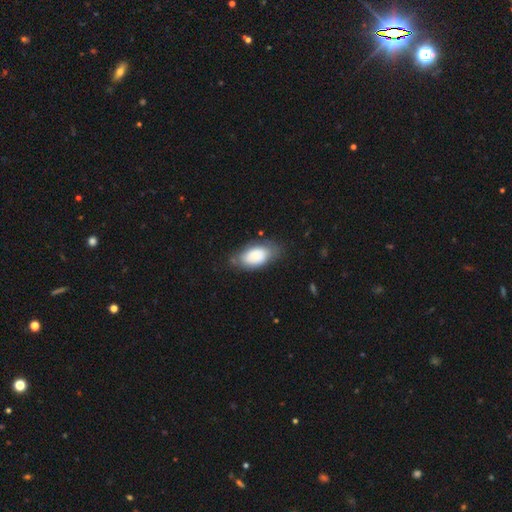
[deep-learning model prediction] Smooth or featured? smooth (73%)
How rounded? in between (93%)
Merging? none (66%)